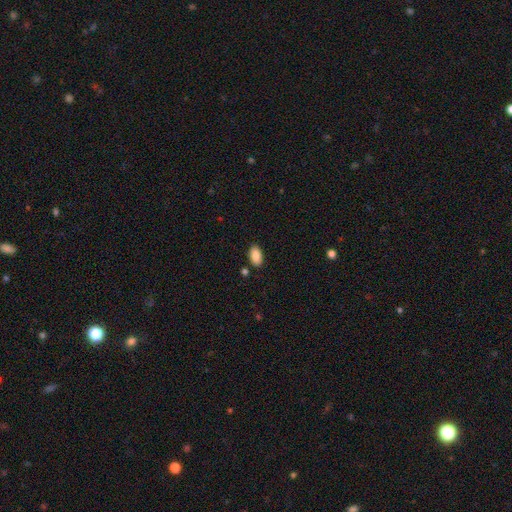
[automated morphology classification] The model was most divided on "merging": none: 85%, minor disturbance: 10%, merger: 2%, major disturbance: 2%. More confident: how rounded — in between (94%); smooth or featured — smooth (89%).